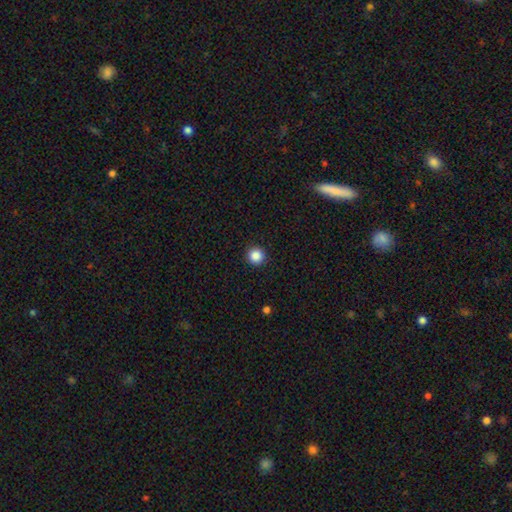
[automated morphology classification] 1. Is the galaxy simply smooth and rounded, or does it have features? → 87% smooth, 10% star or artifact, 3% featured or disk.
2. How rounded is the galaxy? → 96% round, 3% in between, 1% cigar-shaped.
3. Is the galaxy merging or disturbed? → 93% none, 4% minor disturbance, 2% major disturbance, 1% merger.